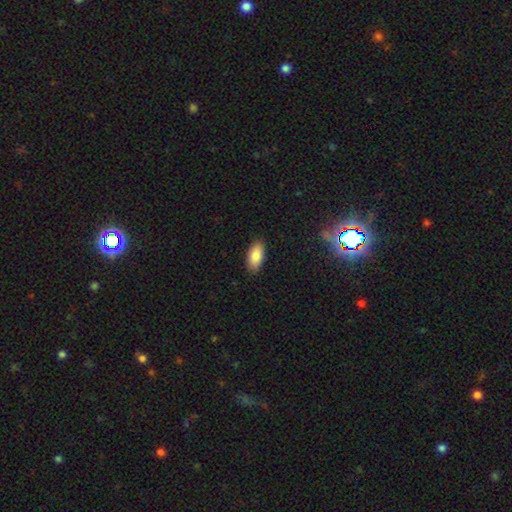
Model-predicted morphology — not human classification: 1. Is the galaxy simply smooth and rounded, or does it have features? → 87% smooth, 6% featured or disk, 6% star or artifact.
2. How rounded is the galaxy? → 91% in between, 6% cigar-shaped, 2% round.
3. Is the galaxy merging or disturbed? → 87% none, 10% minor disturbance, 2% major disturbance, 1% merger.